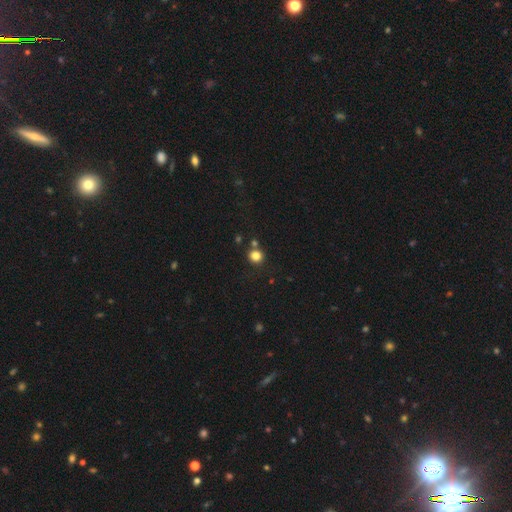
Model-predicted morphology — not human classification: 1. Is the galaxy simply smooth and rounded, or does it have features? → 82% smooth, 13% star or artifact, 5% featured or disk.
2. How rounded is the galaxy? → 88% round, 11% in between, 1% cigar-shaped.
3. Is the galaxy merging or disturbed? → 77% none, 11% merger, 9% minor disturbance, 3% major disturbance.